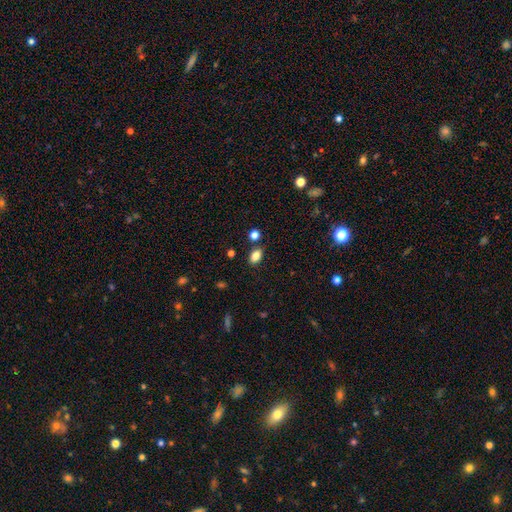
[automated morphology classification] Smooth or featured?
  - smooth: 83% *
  - star or artifact: 11%
  - featured or disk: 7%
How rounded?
  - in between: 85% *
  - round: 13%
  - cigar-shaped: 2%
Merging?
  - none: 82% *
  - minor disturbance: 10%
  - merger: 5%
  - major disturbance: 3%